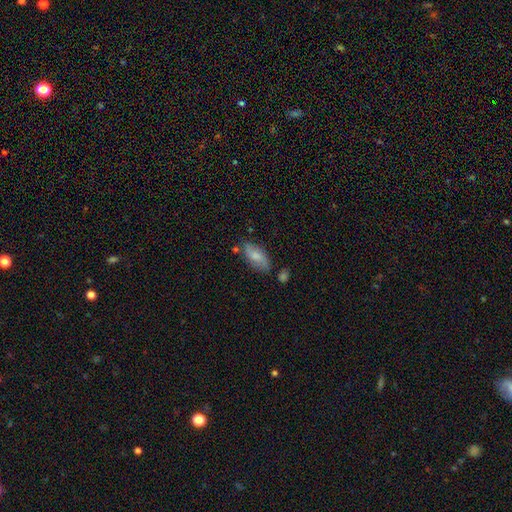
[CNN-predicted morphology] smooth 67%, featured or disk 26%, star or artifact 7%. Down the decision tree: how rounded — in between (88%); merging — none (69%).